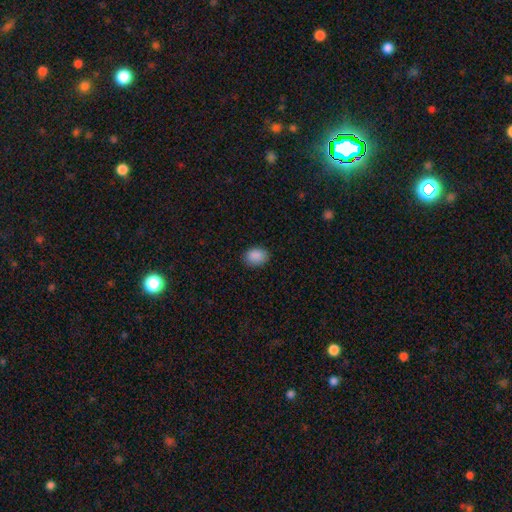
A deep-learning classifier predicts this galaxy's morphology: Smooth or featured? Predicted: smooth (p=0.89). How rounded? Predicted: in between (p=0.65). Merging? Predicted: none (p=0.85).